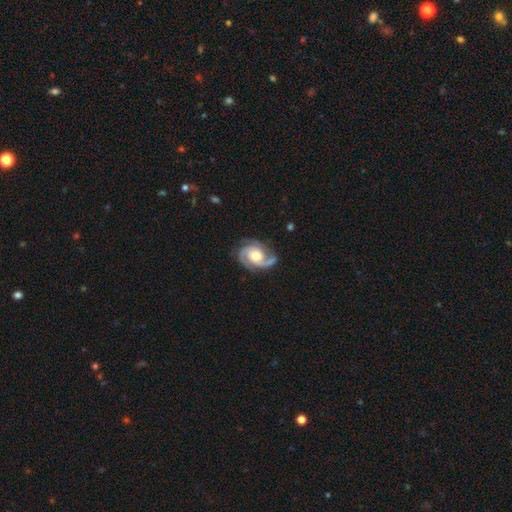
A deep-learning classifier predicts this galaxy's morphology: This is clearly a featured or disk galaxy (89%). It is clearly not viewed edge-on (98%). Bar: likely no (69%). Spiral arm pattern: clearly yes (98%). Spiral arm count: marginally 2 (45%). Spiral winding: possibly tight (48%). Central bulge: likely moderate (64%). Merging: likely none (72%).